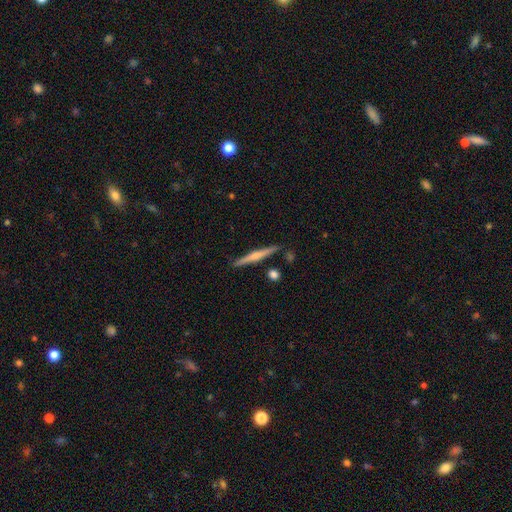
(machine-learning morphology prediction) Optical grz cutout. It shows a featured or disk galaxy (58%) viewed edge-on (98%) with a rounded central bulge (67%). Merging: none (88%).